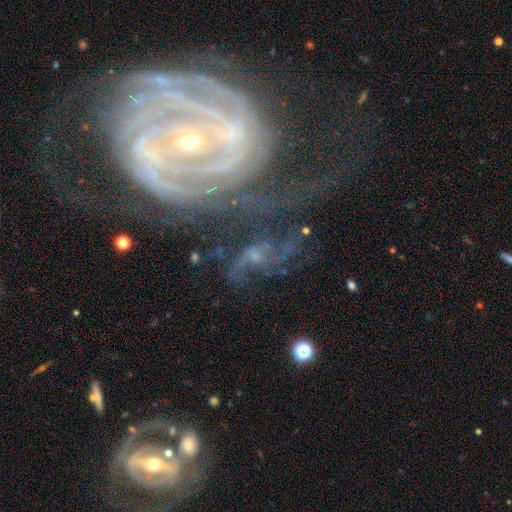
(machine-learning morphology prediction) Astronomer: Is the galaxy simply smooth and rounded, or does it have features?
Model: featured or disk — 79%.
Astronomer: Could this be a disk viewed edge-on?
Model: no — 96%.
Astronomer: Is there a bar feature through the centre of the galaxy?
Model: no — 46% (runner-up: weak, 35%).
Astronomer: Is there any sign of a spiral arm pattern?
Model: yes — 94%.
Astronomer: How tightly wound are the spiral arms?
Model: tight — 42% (runner-up: medium, 39%).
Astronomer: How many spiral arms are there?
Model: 2 — 45%.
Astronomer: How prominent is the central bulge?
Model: small — 62%.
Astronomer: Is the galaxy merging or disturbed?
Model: none — 50%.